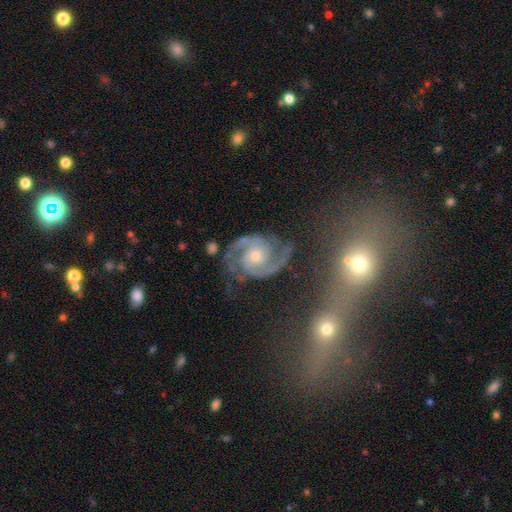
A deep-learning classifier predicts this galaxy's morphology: type=featured or disk (90%); edge-on=no (98%); bar=no (66%); spiral arms=yes (98%); winding=medium (54%); arm count=2 (88%); bulge=small (55%); merging=none (70%).